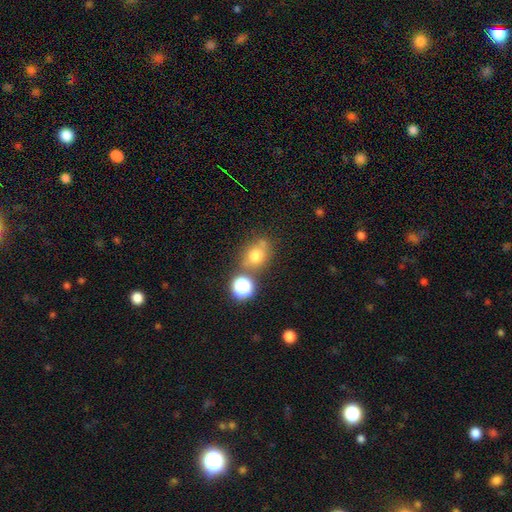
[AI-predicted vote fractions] Q: Smooth or featured?
A: smooth (67%); runner-up: star or artifact (21%)
Q: How rounded?
A: round (64%); runner-up: in between (35%)
Q: Merging?
A: none (61%); runner-up: merger (19%)